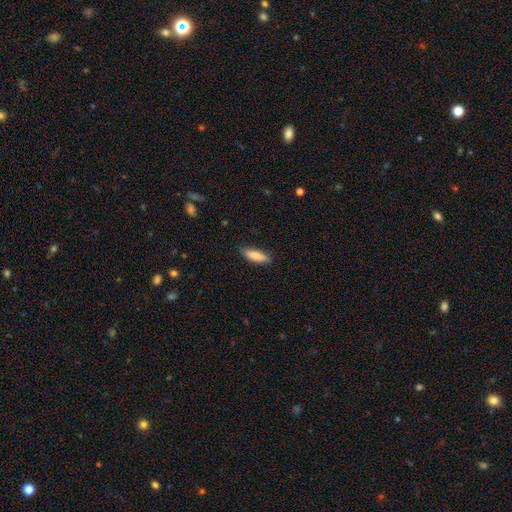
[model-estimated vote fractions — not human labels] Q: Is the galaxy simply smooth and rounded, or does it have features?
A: smooth — 83%.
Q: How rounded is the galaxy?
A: cigar-shaped — 56%.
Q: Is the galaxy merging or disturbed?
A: none — 83%.